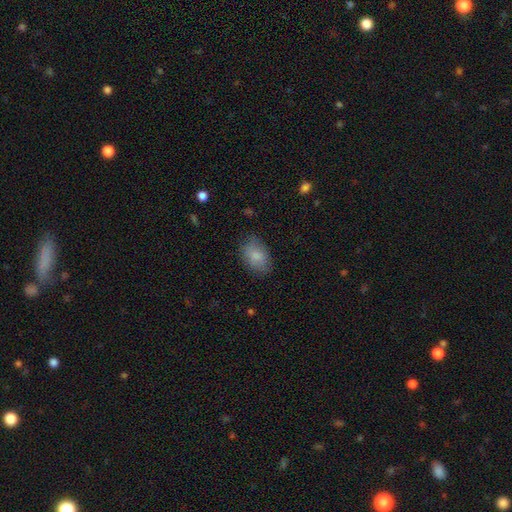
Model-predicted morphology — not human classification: A smooth galaxy with no disk features (84%) that is in between round and cigar-shaped (86%). Merging: none (79%).